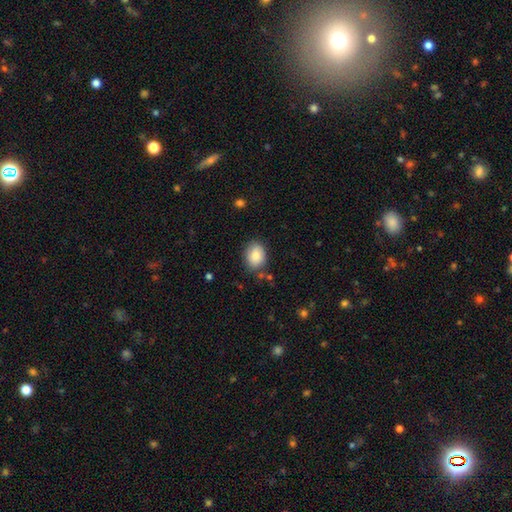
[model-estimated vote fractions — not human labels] A smooth galaxy with no disk features (87%) that is in between round and cigar-shaped (67%). Merging: none (80%).